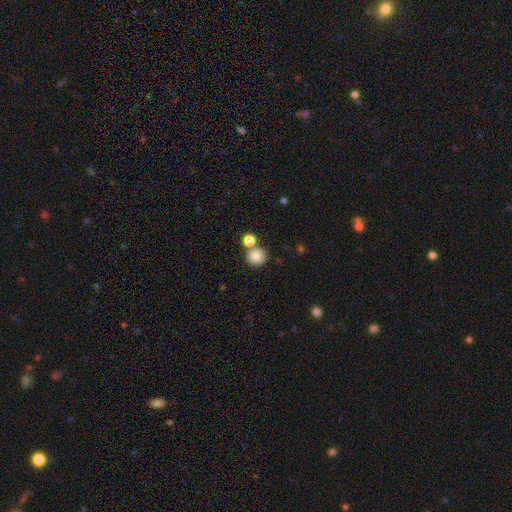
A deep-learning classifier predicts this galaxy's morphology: smooth-or-featured: smooth: 84% | star or artifact: 11% | featured or disk: 5%
  how-rounded: round: 91% | in between: 8% | cigar-shaped: 1%
  merging: none: 71% | merger: 17% | minor disturbance: 9% | major disturbance: 3%